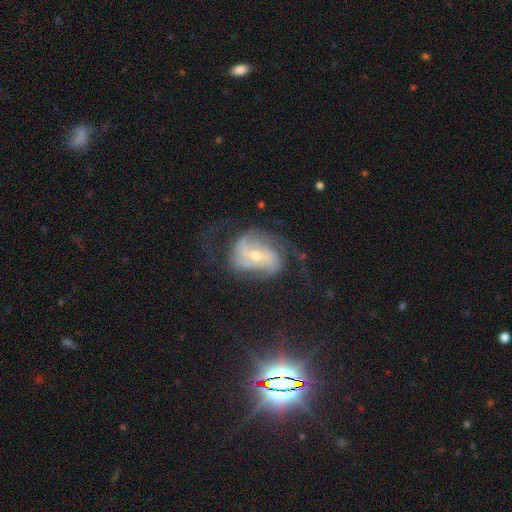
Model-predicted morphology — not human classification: featured or disk 83%, smooth 10%, star or artifact 7%. Down the decision tree: edge-on disk — no (97%); bar — weak (40%); spiral arms — yes (94%); spiral arm count — 2 (53%); spiral winding — medium (46%); bulge size — small (54%); merging — none (58%).